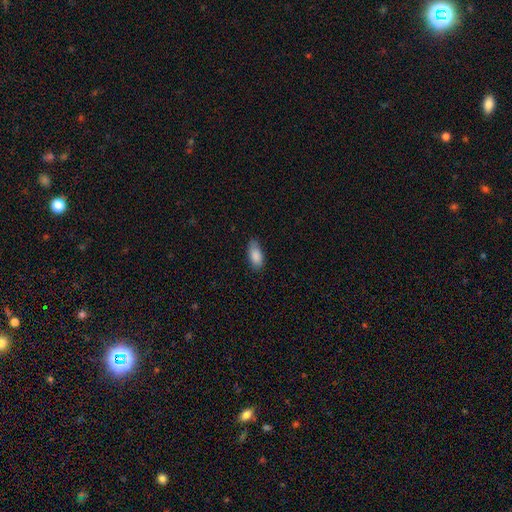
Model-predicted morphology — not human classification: Smooth or featured?
  - smooth: 88% *
  - star or artifact: 7%
  - featured or disk: 6%
How rounded?
  - in between: 89% *
  - cigar-shaped: 9%
  - round: 2%
Merging?
  - none: 74% *
  - minor disturbance: 22%
  - major disturbance: 4%
  - merger: 1%